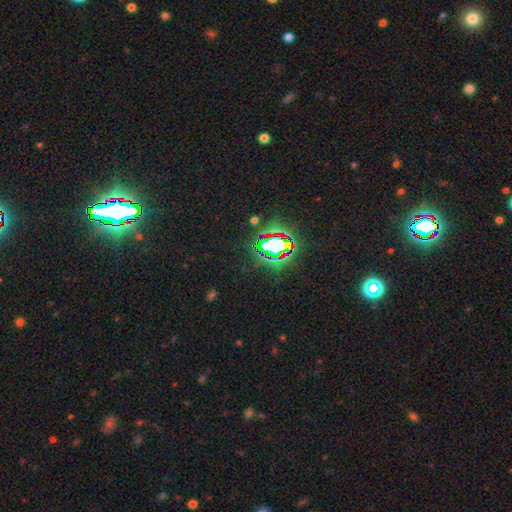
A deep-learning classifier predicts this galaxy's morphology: smooth_or_featured: star or artifact (p=0.84) [alt: smooth p=0.09]